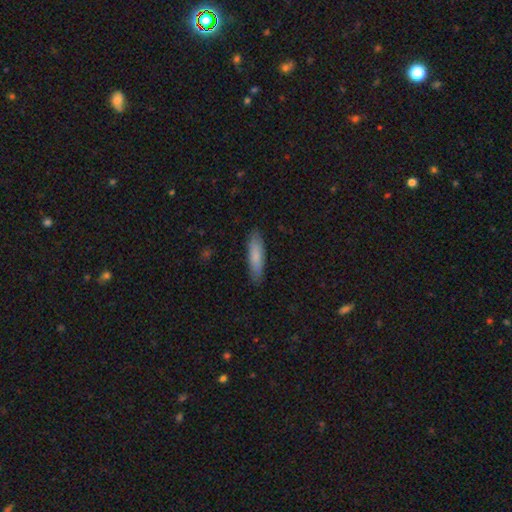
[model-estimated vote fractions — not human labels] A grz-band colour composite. It shows a smooth galaxy with no disk features (80%) that is cigar-shaped (70%). Merging: none (86%).